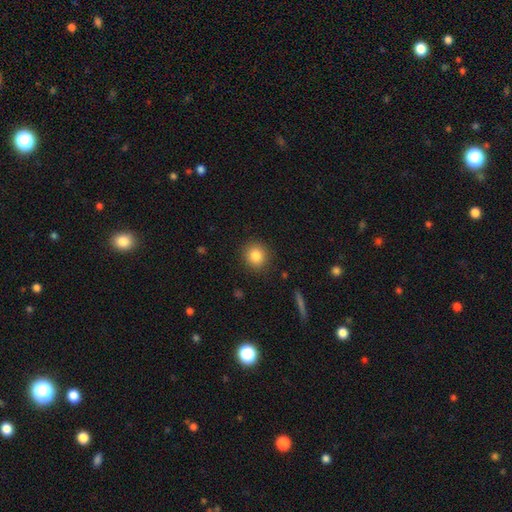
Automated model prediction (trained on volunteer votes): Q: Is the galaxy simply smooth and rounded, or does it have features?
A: smooth — 84%.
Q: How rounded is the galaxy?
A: round — 89%.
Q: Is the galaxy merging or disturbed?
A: none — 89%.